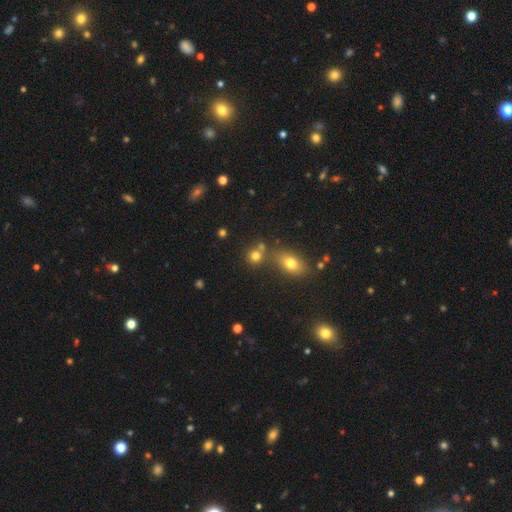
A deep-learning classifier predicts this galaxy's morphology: Q: Smooth or featured?
A: smooth (76%); runner-up: star or artifact (15%)
Q: How rounded?
A: round (81%); runner-up: in between (18%)
Q: Merging?
A: none (61%); runner-up: merger (26%)